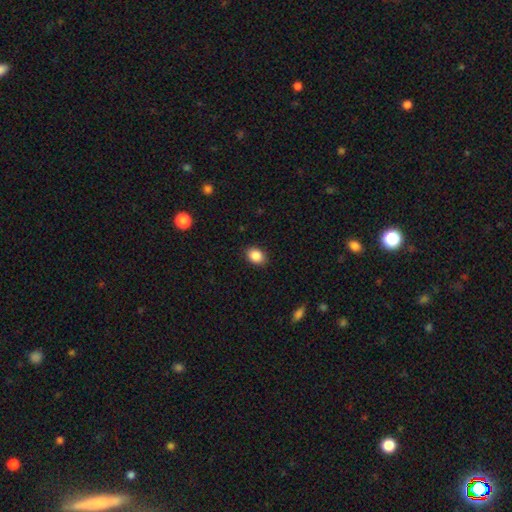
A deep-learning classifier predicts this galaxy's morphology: Overall: smooth (88%). How rounded: in between (65%; round 34%). Merging: none (88%).